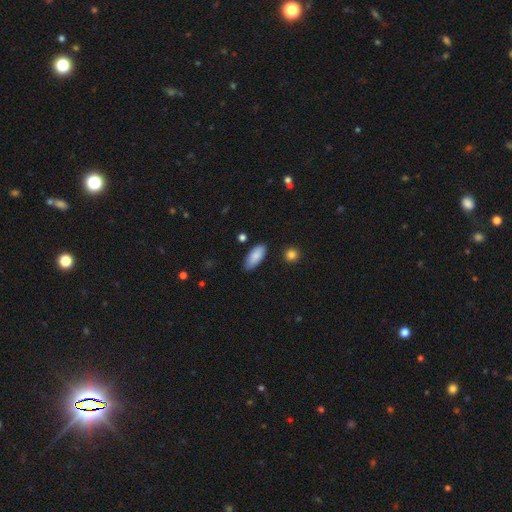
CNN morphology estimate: The model was most divided on "merging": none: 82%, minor disturbance: 13%, major disturbance: 2%, merger: 2%. More confident: smooth or featured — smooth (87%); how rounded — in between (85%).